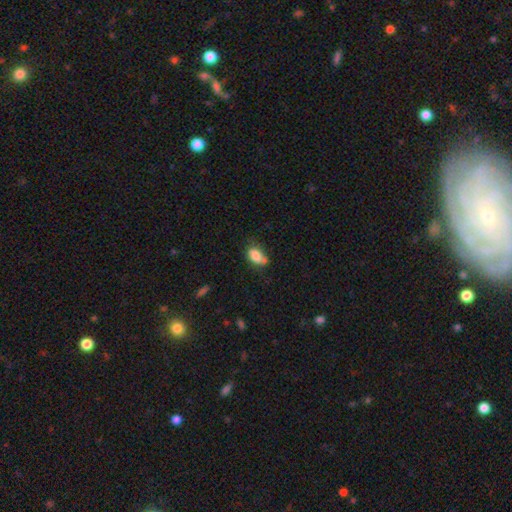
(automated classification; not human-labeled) smooth_or_featured: smooth (p=0.80) [alt: featured or disk p=0.11]
how_rounded: in between (p=0.86) [alt: round p=0.11]
merging: none (p=0.44) [alt: minor disturbance p=0.31]